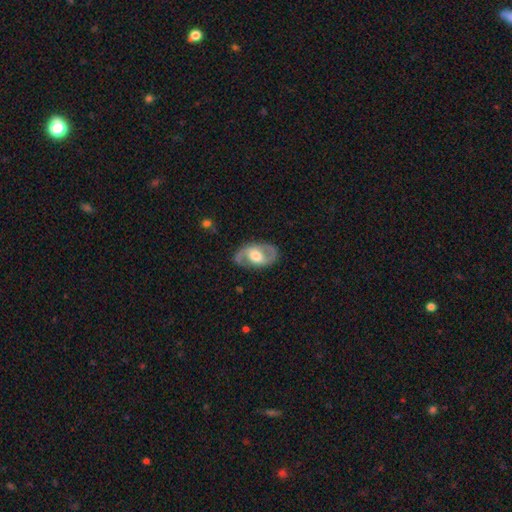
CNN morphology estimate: This appears to be a featured or disk galaxy (79%) with a weak bar (42%), 2 (90%) medium (51%) spiral arms (86%) and a moderate central bulge (65%). Merging: none (81%).